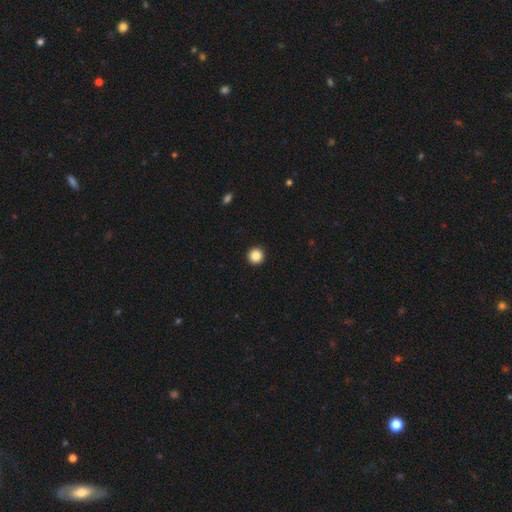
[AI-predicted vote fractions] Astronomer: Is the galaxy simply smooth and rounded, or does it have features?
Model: smooth — 87%.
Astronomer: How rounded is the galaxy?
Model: round — 96%.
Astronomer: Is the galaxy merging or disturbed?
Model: none — 94%.